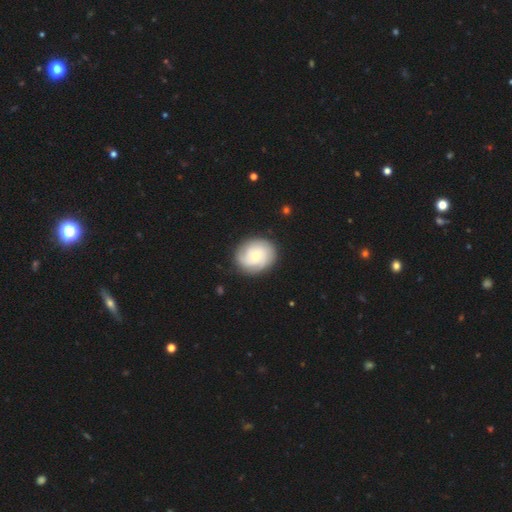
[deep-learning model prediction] This appears to be a featured or disk galaxy (66%) with no bar (76%), 3 (32%) tight (63%) spiral arms (93%) and a small central bulge (54%). Merging: none (84%).